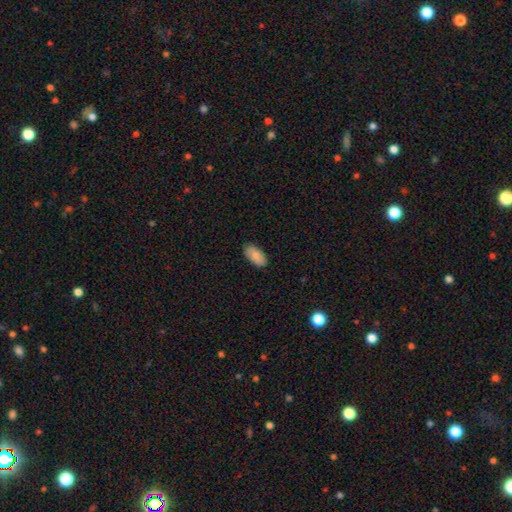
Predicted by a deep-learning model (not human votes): This appears to be a smooth galaxy with no disk features (88%) that is in between round and cigar-shaped (94%). Merging: none (88%).